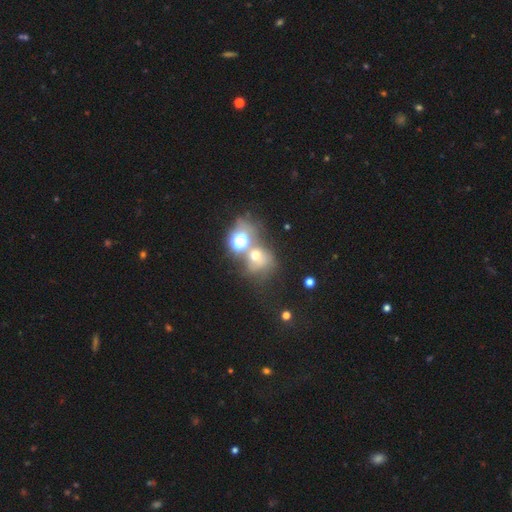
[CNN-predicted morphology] type=smooth (52%); roundness=round (70%); merging=merger (40%).